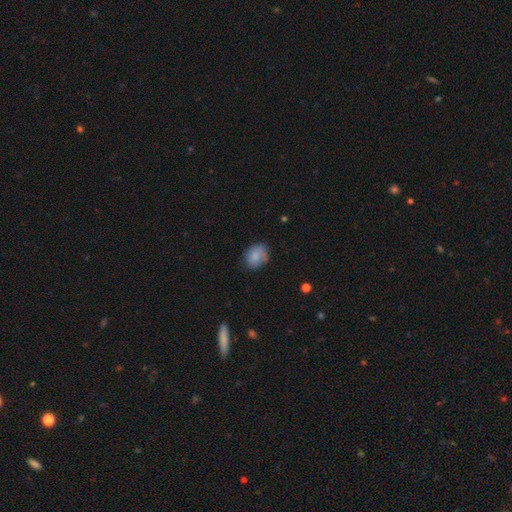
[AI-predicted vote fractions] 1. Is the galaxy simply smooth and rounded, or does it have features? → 82% smooth, 10% featured or disk, 8% star or artifact.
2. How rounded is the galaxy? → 59% in between, 40% round, 1% cigar-shaped.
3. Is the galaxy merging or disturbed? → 70% none, 23% minor disturbance, 5% major disturbance, 2% merger.